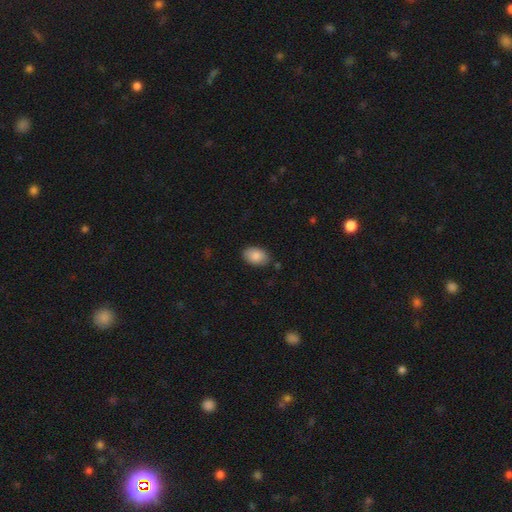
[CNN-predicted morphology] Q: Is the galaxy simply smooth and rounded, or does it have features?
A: smooth — 86%.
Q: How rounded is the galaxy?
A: in between — 87%.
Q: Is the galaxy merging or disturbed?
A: none — 83%.